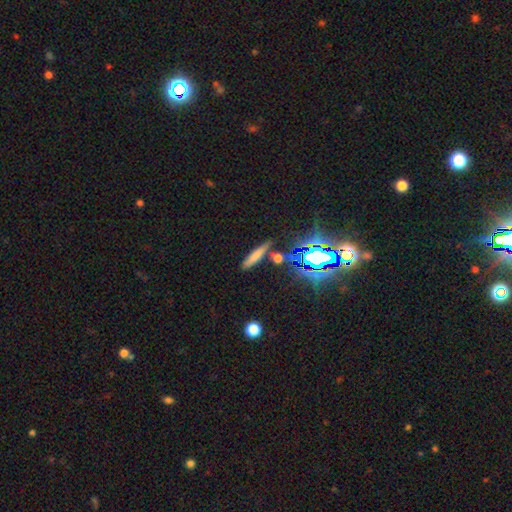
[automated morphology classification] Smooth or featured? smooth (65%)
How rounded? cigar-shaped (83%)
Merging? none (78%)